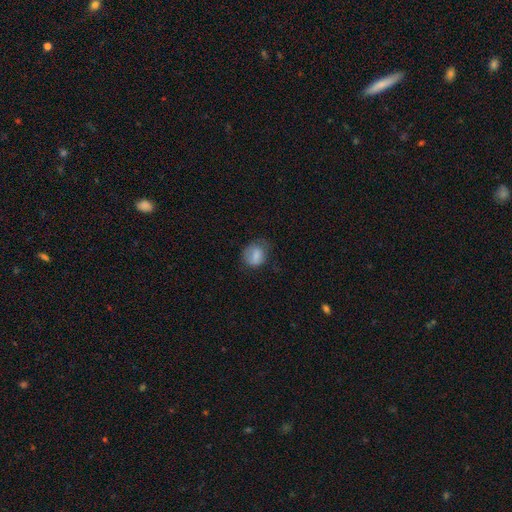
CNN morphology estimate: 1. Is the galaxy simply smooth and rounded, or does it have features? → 78% smooth, 14% featured or disk, 9% star or artifact.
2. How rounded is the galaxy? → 54% round, 45% in between, 1% cigar-shaped.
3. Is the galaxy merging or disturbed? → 53% none, 30% minor disturbance, 16% major disturbance, 2% merger.